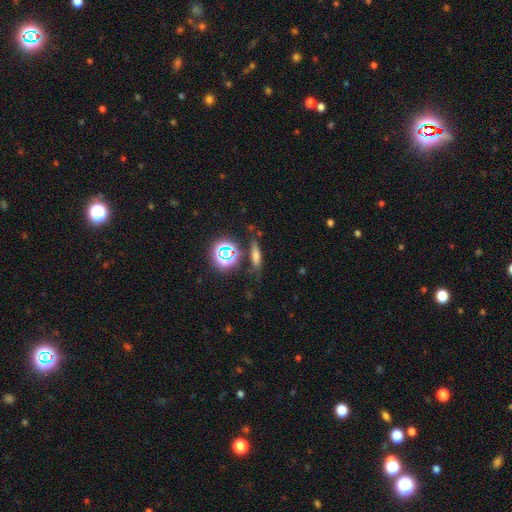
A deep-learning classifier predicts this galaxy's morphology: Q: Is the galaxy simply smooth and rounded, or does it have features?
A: smooth — 56%.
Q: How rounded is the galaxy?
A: cigar-shaped — 65%.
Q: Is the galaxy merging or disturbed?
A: none — 74%.